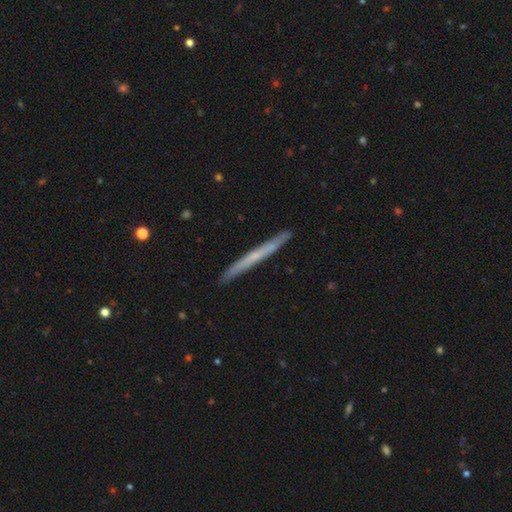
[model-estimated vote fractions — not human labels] smooth-or-featured: featured or disk: 53% | smooth: 41% | star or artifact: 6%
  disk-edge-on: yes: 96% | no: 4%
    edge-on-bulge: none: 77% | rounded: 19% | boxy: 3%
  merging: none: 91% | minor disturbance: 7% | major disturbance: 1% | merger: 1%